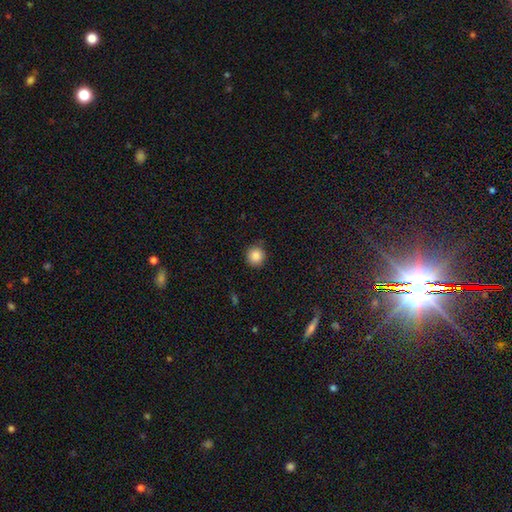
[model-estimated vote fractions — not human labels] smooth_or_featured: smooth (p=0.87) [alt: star or artifact p=0.10]
how_rounded: round (p=0.92) [alt: in between p=0.07]
merging: none (p=0.87) [alt: minor disturbance p=0.10]